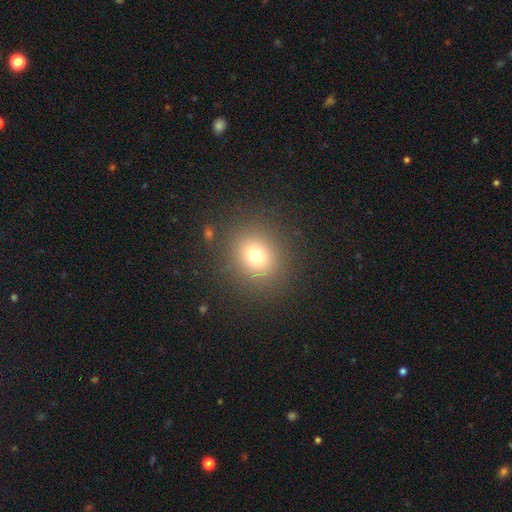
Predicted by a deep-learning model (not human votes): Q: Smooth or featured?
A: smooth (73%); runner-up: star or artifact (16%)
Q: How rounded?
A: round (78%); runner-up: in between (22%)
Q: Merging?
A: none (87%); runner-up: minor disturbance (8%)